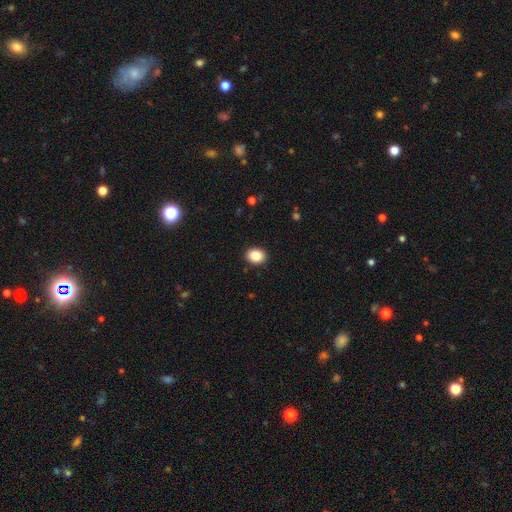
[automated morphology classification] Smooth or featured? Predicted: smooth (p=0.87). How rounded? Predicted: in between (p=0.54). Merging? Predicted: none (p=0.91).